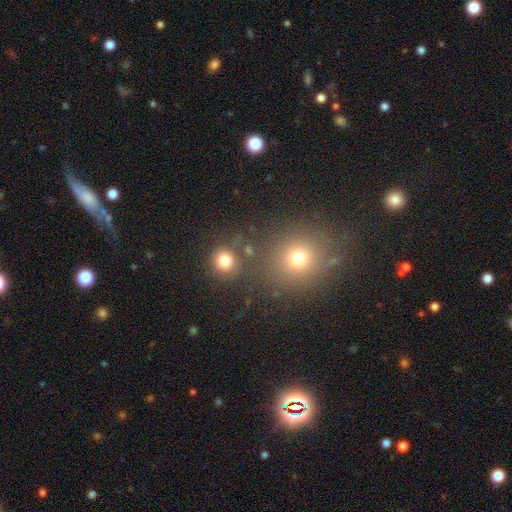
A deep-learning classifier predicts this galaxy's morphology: smooth-or-featured: smooth: 53% | star or artifact: 35% | featured or disk: 12%
  how-rounded: round: 80% | in between: 19% | cigar-shaped: 2%
  merging: none: 79% | minor disturbance: 9% | merger: 9% | major disturbance: 4%